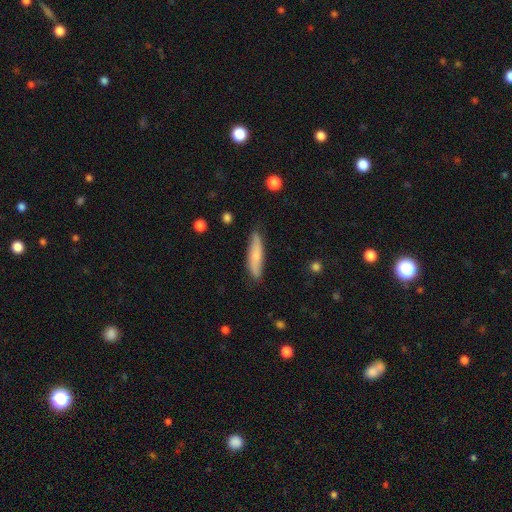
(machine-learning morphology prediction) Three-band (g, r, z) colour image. It shows a smooth galaxy with no disk features (63%) that is cigar-shaped (75%). Merging: none (79%).